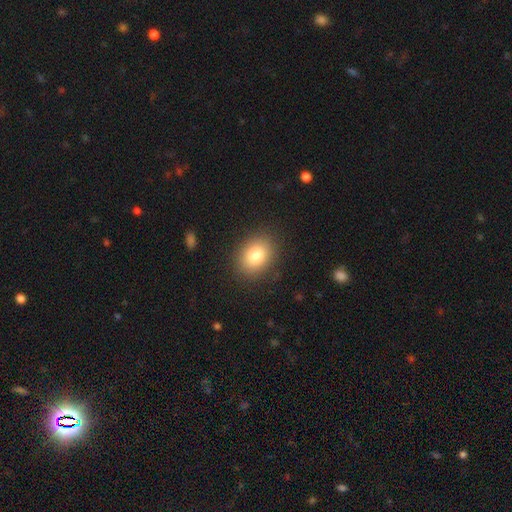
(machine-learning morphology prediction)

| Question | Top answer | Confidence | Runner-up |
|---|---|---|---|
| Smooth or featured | smooth | 82% | star or artifact (9%) |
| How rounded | in between | 61% | round (38%) |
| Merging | none | 87% | minor disturbance (9%) |